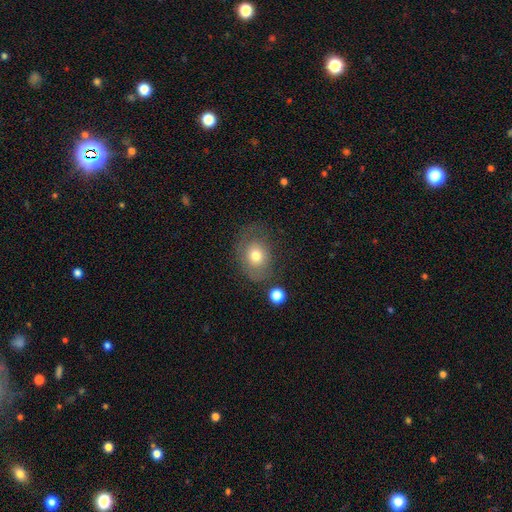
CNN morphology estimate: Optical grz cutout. It shows a smooth galaxy with no disk features (69%) that is in between round and cigar-shaped (53%). Merging: none (58%).